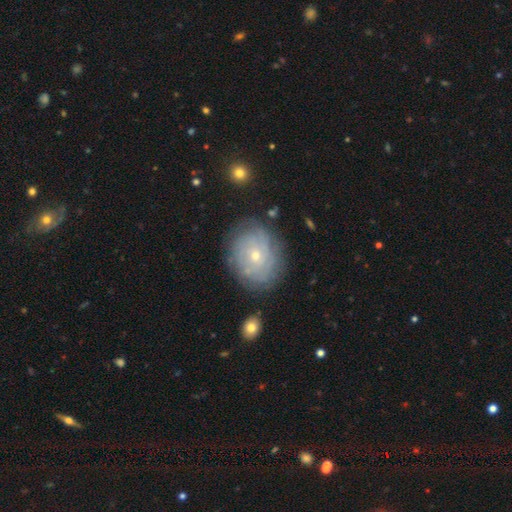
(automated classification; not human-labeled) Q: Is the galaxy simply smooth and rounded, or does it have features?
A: featured or disk — 64%.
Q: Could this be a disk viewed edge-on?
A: no — 96%.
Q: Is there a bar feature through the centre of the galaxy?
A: no — 84%.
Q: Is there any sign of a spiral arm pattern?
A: yes — 79%.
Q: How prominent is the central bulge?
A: small — 69%.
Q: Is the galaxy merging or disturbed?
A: none — 78%.